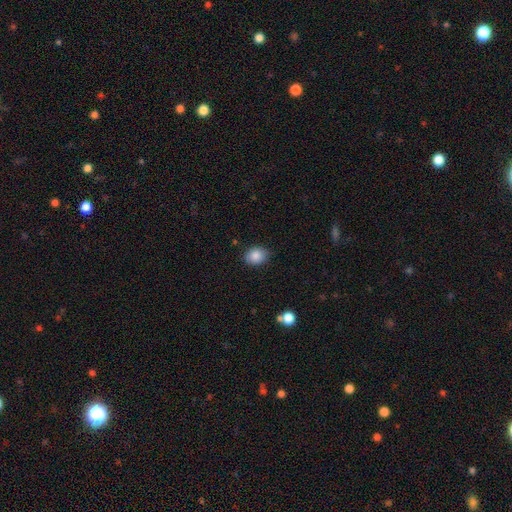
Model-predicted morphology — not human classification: Smooth or featured? smooth (86%)
How rounded? in between (52%)
Merging? none (84%)